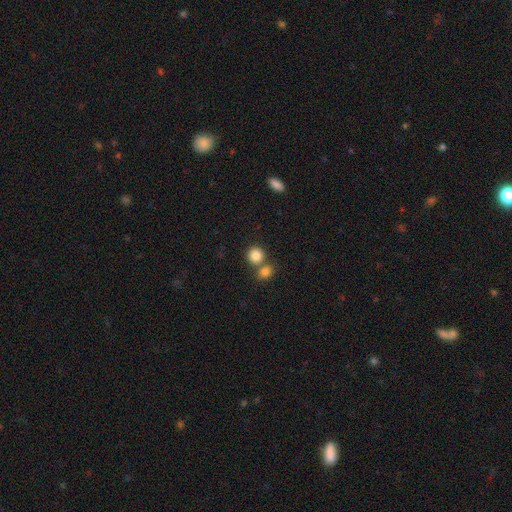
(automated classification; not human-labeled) smooth_or_featured: smooth (p=0.85) [alt: star or artifact p=0.10]
how_rounded: round (p=0.86) [alt: in between p=0.13]
merging: none (p=0.56) [alt: merger p=0.34]